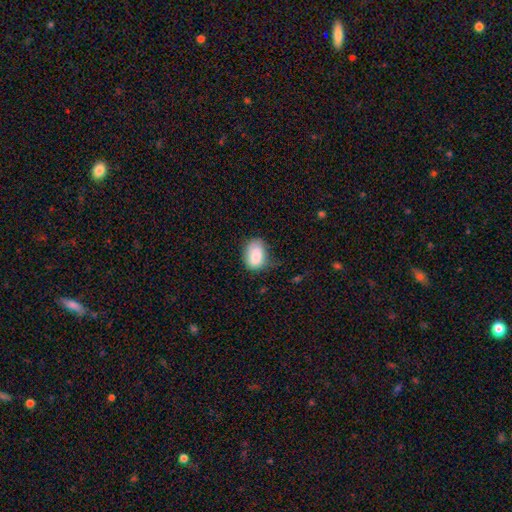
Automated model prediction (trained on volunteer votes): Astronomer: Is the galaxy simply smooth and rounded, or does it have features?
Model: smooth — 84%.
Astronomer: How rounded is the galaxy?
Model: in between — 80%.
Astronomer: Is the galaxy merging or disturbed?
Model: none — 58%.